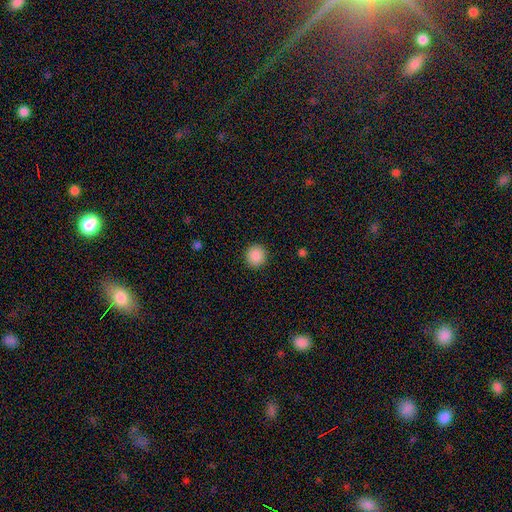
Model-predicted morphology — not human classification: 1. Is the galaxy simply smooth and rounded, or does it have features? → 88% smooth, 9% star or artifact, 3% featured or disk.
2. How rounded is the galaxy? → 92% round, 7% in between, 1% cigar-shaped.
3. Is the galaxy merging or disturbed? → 92% none, 5% minor disturbance, 2% major disturbance, 1% merger.